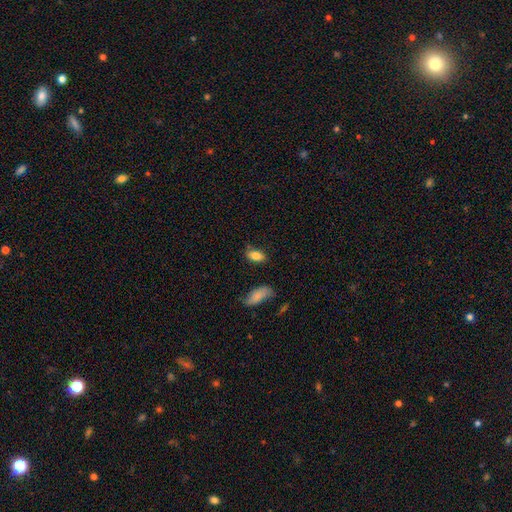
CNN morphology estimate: A smooth galaxy with no disk features (83%) that is in between round and cigar-shaped (90%). Merging: none (74%).